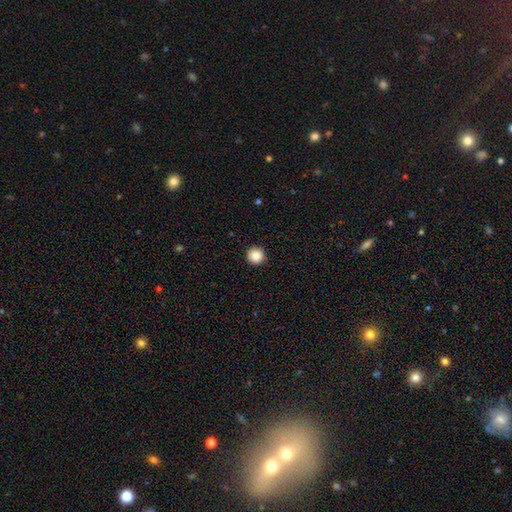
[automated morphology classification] Q: Smooth or featured?
A: smooth (88%); runner-up: star or artifact (9%)
Q: How rounded?
A: round (96%); runner-up: in between (3%)
Q: Merging?
A: none (93%); runner-up: minor disturbance (5%)